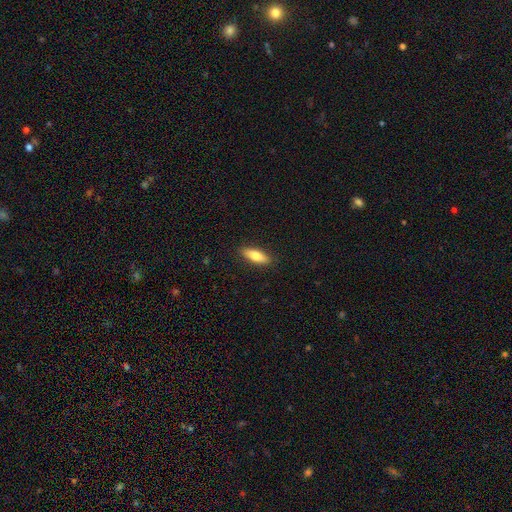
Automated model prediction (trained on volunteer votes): Q: Smooth or featured?
A: smooth (77%); runner-up: featured or disk (17%)
Q: How rounded?
A: in between (61%); runner-up: cigar-shaped (37%)
Q: Merging?
A: none (88%); runner-up: minor disturbance (9%)